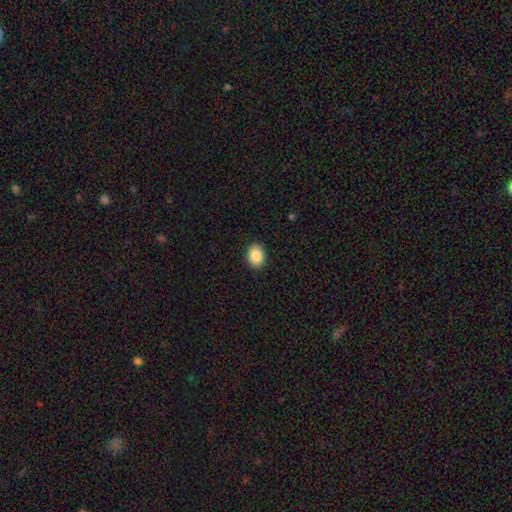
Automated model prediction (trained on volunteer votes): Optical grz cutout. It shows a smooth galaxy with no disk features (86%) that is in between round and cigar-shaped (57%). Merging: none (91%).